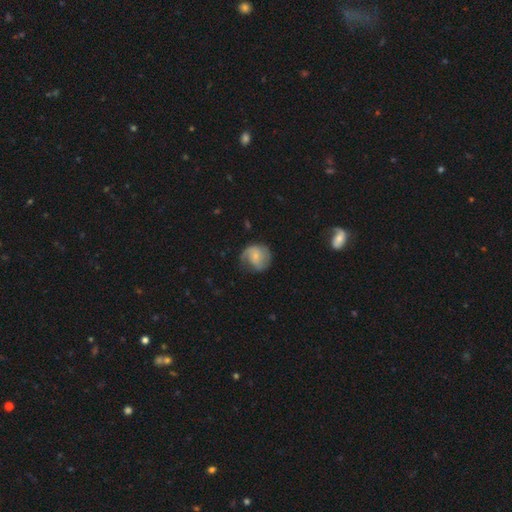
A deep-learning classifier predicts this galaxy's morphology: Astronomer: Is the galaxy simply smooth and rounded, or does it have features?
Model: featured or disk — 50% (runner-up: smooth, 43%).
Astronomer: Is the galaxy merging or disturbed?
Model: none — 55%.